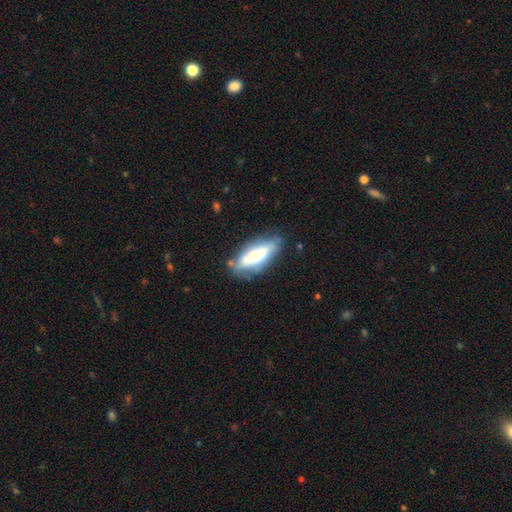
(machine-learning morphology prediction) smooth_or_featured: smooth (p=0.57) [alt: featured or disk p=0.36]
how_rounded: in between (p=0.61) [alt: cigar-shaped p=0.37]
merging: none (p=0.68) [alt: minor disturbance p=0.21]